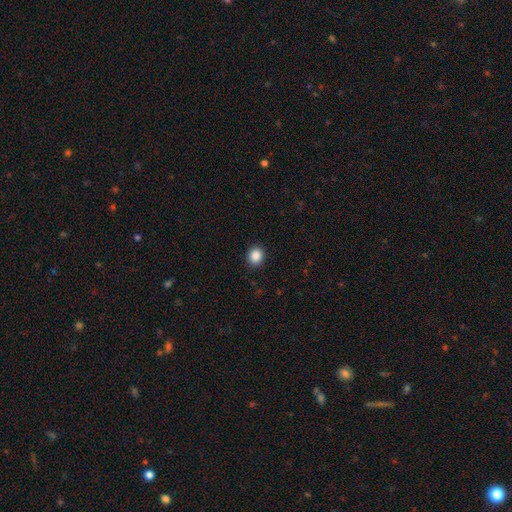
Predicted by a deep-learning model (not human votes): This is clearly a smooth galaxy (88%). How rounded: likely round (76%). Merging: clearly none (91%).